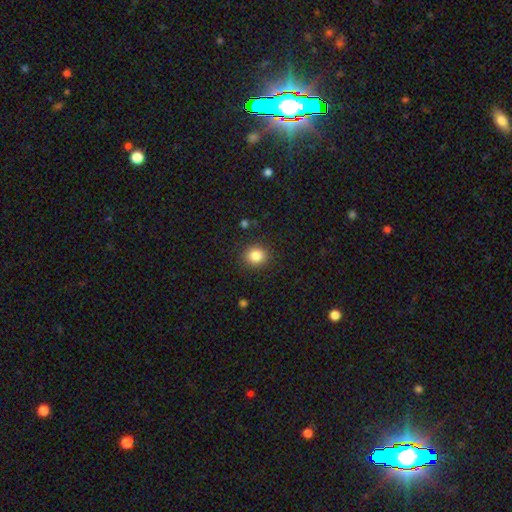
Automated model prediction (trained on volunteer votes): A smooth galaxy with no disk features (84%) that is round (82%). Merging: none (89%).